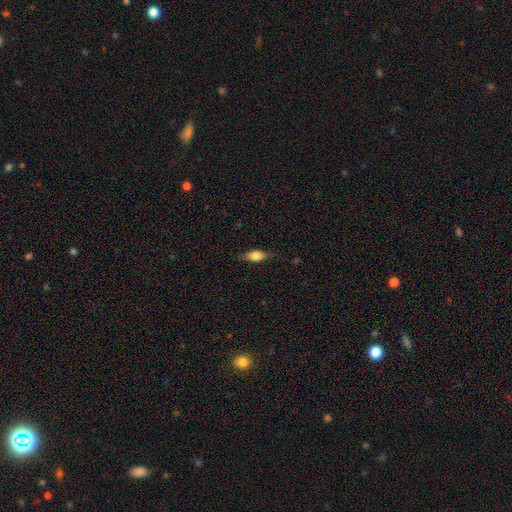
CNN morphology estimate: A smooth galaxy with no disk features (70%) that is in between round and cigar-shaped (75%). Merging: none (78%).